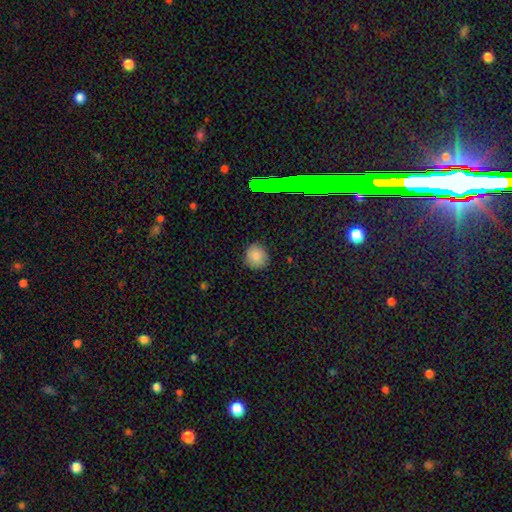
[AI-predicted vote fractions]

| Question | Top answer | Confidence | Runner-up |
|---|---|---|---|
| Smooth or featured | smooth | 84% | star or artifact (12%) |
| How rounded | round | 89% | in between (10%) |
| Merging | none | 87% | minor disturbance (9%) |